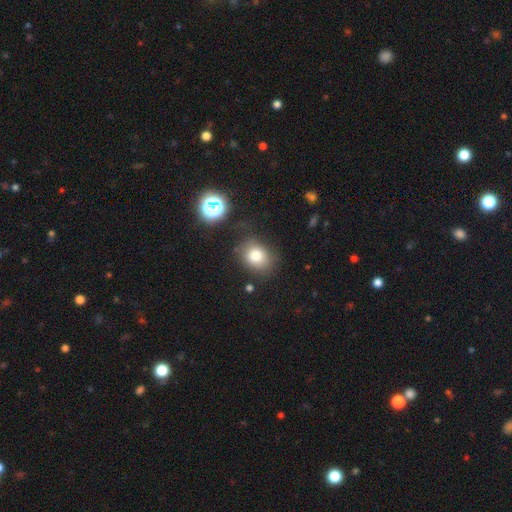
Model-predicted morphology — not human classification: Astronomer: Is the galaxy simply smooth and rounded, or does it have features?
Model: smooth — 78%.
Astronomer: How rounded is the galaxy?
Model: round — 55% (runner-up: in between, 44%).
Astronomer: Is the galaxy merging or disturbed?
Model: none — 75%.